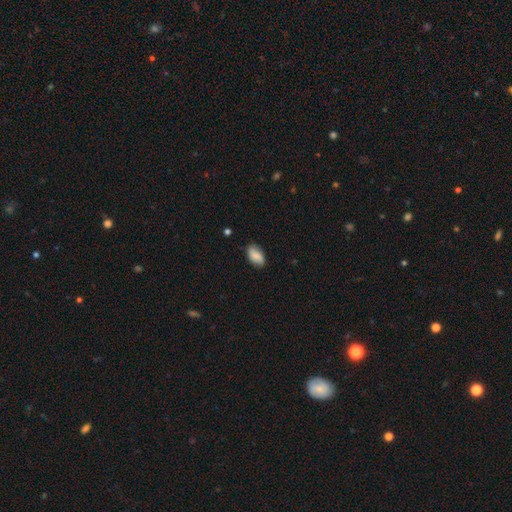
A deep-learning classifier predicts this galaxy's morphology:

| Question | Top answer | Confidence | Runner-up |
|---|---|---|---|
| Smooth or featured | smooth | 79% | featured or disk (13%) |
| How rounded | in between | 92% | round (5%) |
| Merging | none | 80% | minor disturbance (16%) |